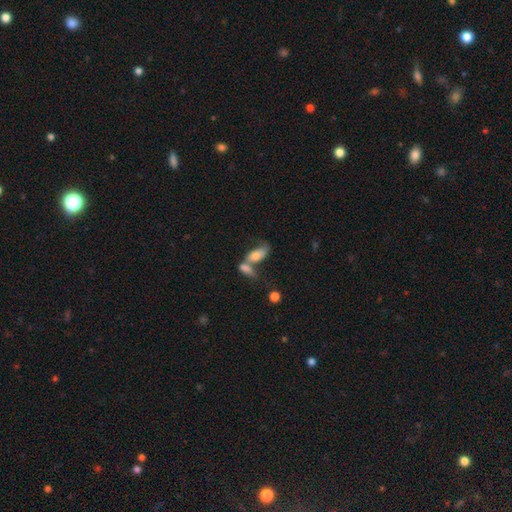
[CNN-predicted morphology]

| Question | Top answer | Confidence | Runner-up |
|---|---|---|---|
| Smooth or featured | smooth | 64% | featured or disk (27%) |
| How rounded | in between | 81% | cigar-shaped (15%) |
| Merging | merger | 56% | none (24%) |